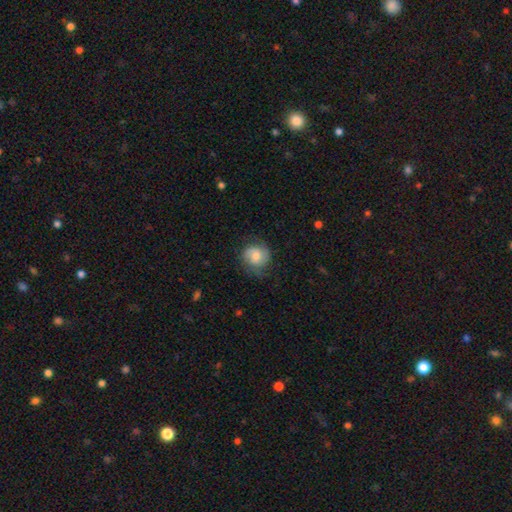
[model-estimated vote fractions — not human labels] Overall: smooth (46%, tied with featured or disk). Merging: none (67%).